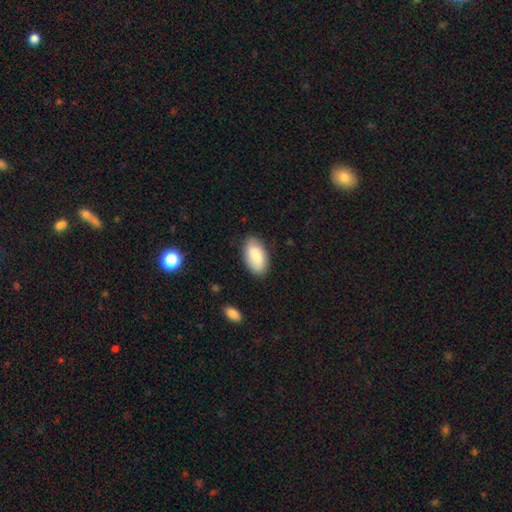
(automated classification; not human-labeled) smooth-or-featured: smooth: 84% | featured or disk: 10% | star or artifact: 6%
  how-rounded: in between: 95% | round: 3% | cigar-shaped: 2%
  merging: none: 83% | minor disturbance: 13% | major disturbance: 3% | merger: 1%